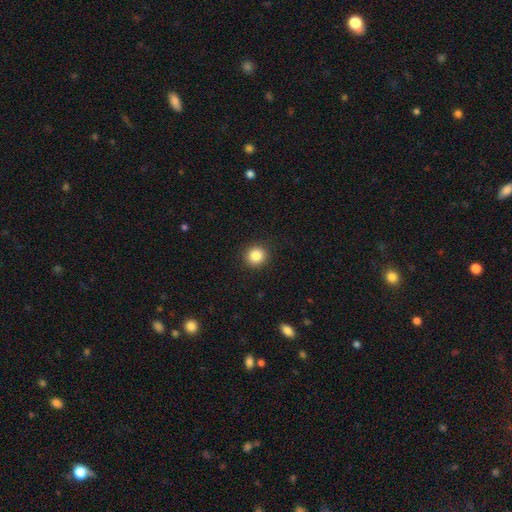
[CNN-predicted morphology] Q: Smooth or featured?
A: smooth (86%); runner-up: star or artifact (10%)
Q: How rounded?
A: round (93%); runner-up: in between (6%)
Q: Merging?
A: none (92%); runner-up: minor disturbance (6%)